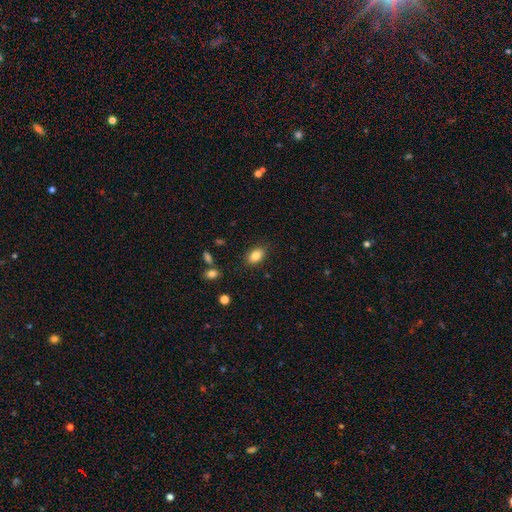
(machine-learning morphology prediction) This is clearly a smooth galaxy (84%). How rounded: clearly in between (85%). Merging: clearly none (85%).